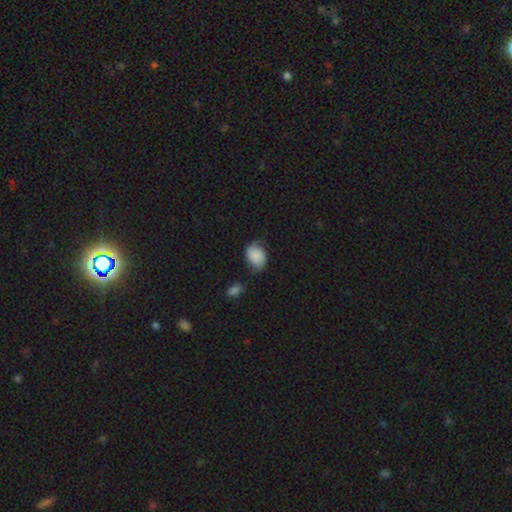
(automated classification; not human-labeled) Smooth or featured? smooth (62%)
How rounded? in between (60%)
Merging? none (50%)